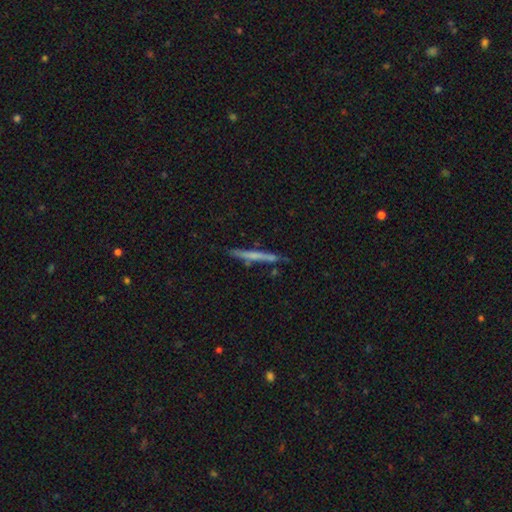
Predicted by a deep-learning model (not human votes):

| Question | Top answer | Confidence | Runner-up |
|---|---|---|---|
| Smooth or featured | smooth | 47% | featured or disk (46%) |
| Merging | none | 84% | minor disturbance (11%) |